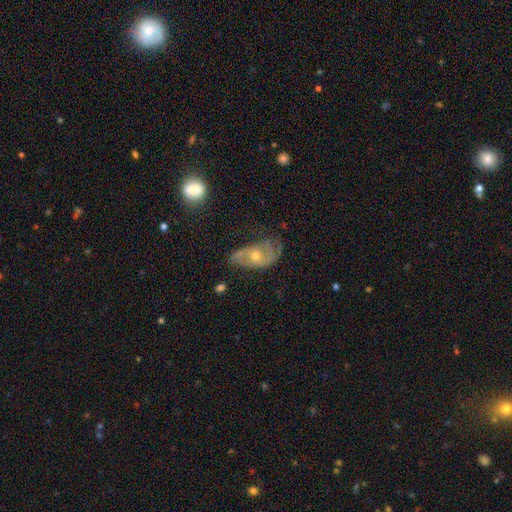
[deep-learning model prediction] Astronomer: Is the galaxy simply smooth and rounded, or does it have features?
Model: featured or disk — 79%.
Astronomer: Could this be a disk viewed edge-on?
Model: no — 95%.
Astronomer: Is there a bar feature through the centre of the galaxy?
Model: no — 70%.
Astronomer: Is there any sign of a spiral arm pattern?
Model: yes — 90%.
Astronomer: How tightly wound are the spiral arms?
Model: medium — 43% (runner-up: tight, 31%).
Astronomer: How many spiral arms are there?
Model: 2 — 64%.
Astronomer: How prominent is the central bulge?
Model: moderate — 58% (runner-up: small, 37%).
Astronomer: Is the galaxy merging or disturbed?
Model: none — 53%.